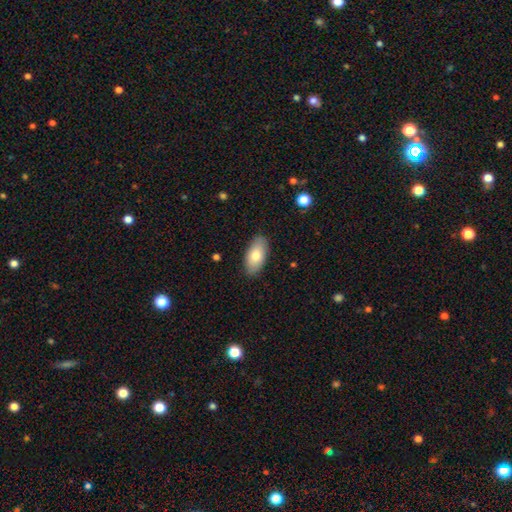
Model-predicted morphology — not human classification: Smooth or featured? Predicted: smooth (p=0.77). How rounded? Predicted: in between (p=0.93). Merging? Predicted: none (p=0.87).